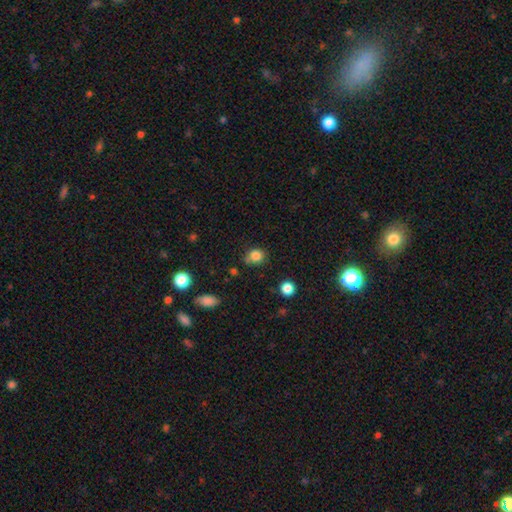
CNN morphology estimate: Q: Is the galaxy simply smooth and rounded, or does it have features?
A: smooth — 83%.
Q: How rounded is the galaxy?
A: round — 73%.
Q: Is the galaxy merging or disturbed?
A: none — 65%.